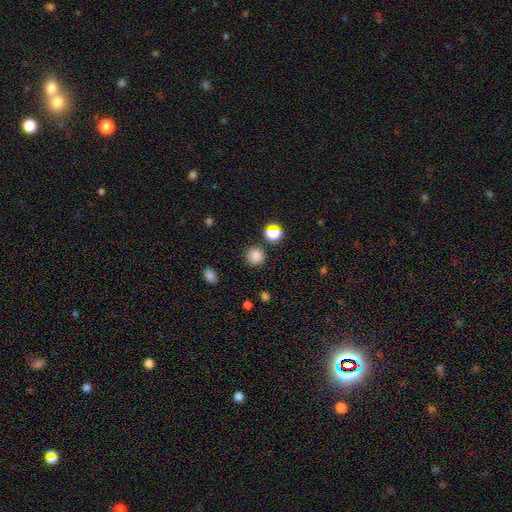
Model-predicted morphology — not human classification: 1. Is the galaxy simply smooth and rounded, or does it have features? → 81% smooth, 15% star or artifact, 4% featured or disk.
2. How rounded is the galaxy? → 92% round, 7% in between, 1% cigar-shaped.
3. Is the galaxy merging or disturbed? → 86% none, 7% minor disturbance, 3% merger, 3% major disturbance.